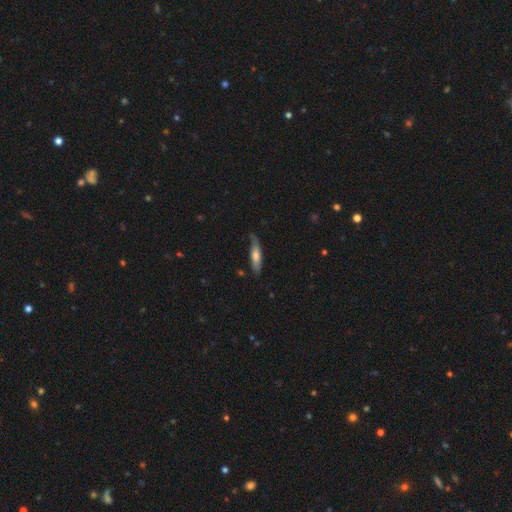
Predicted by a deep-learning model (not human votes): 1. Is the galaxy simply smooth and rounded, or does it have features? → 62% smooth, 32% featured or disk, 6% star or artifact.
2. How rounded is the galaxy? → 73% cigar-shaped, 25% in between, 2% round.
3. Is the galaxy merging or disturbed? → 65% none, 27% minor disturbance, 6% major disturbance, 2% merger.